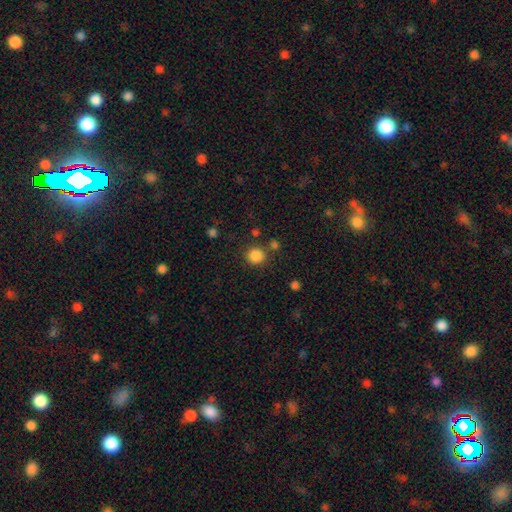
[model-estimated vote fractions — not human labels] Smooth or featured: smooth — 85% (star or artifact — 11%)
How rounded: round — 90% (in between — 9%)
Merging: none — 81% (minor disturbance — 9%)